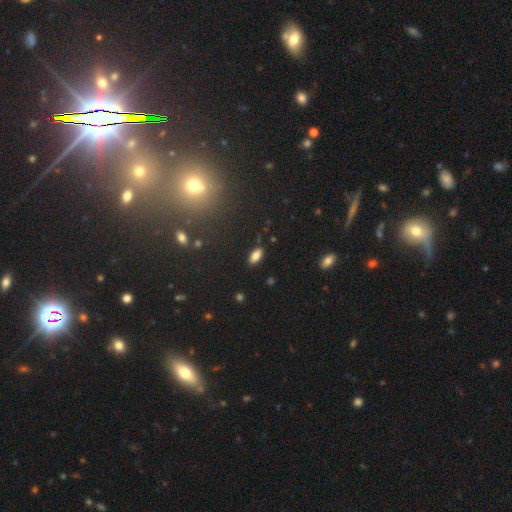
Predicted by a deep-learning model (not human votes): Smooth or featured?
  - smooth: 82% *
  - star or artifact: 10%
  - featured or disk: 9%
How rounded?
  - in between: 88% *
  - cigar-shaped: 9%
  - round: 3%
Merging?
  - none: 85% *
  - minor disturbance: 11%
  - major disturbance: 2%
  - merger: 2%